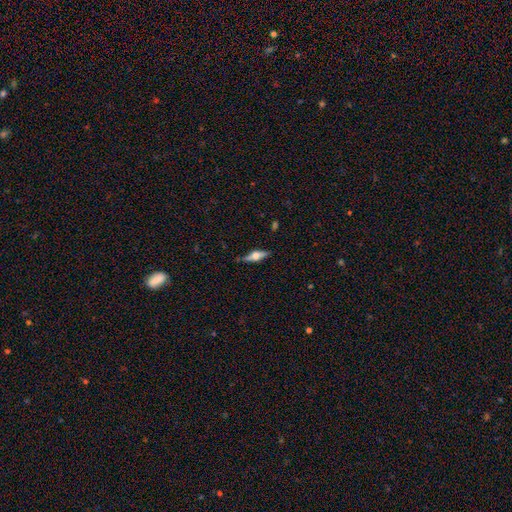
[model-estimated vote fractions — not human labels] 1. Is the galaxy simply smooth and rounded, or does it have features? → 66% featured or disk, 27% smooth, 7% star or artifact.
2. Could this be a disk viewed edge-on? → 96% yes, 4% no.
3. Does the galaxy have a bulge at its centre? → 93% rounded, 5% boxy, 2% none.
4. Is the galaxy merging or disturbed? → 86% none, 11% minor disturbance, 2% major disturbance, 1% merger.